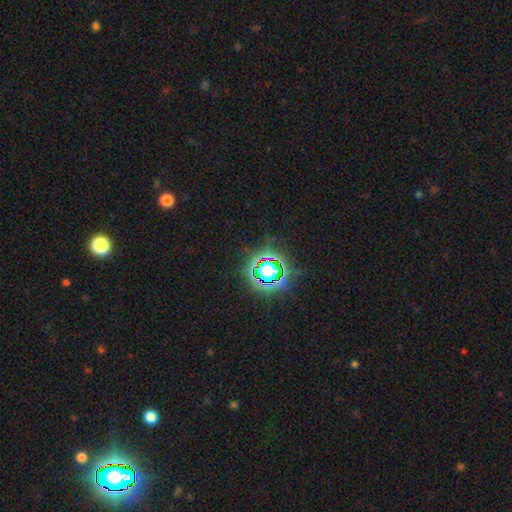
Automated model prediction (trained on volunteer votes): Q: Smooth or featured?
A: star or artifact (80%); runner-up: smooth (12%)